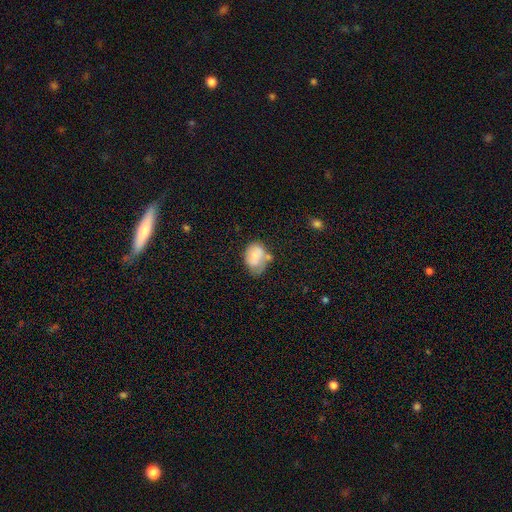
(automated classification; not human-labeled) Smooth or featured? smooth (65%)
How rounded? in between (66%)
Merging? minor disturbance (34%, tied with none)